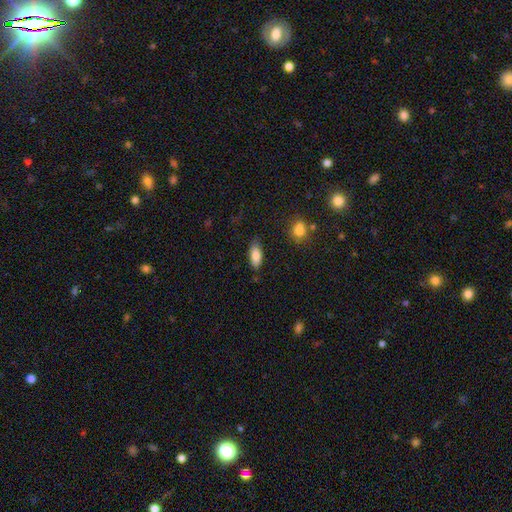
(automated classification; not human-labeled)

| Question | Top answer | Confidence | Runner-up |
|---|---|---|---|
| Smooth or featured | smooth | 84% | featured or disk (9%) |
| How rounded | in between | 85% | cigar-shaped (13%) |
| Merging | none | 80% | minor disturbance (15%) |